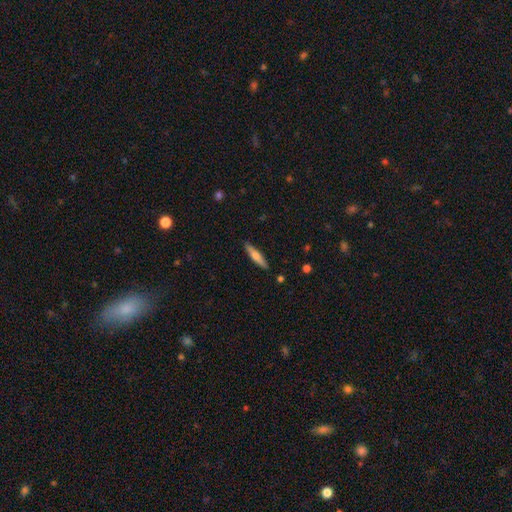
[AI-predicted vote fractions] Smooth or featured: smooth — 55% (featured or disk — 39%)
How rounded: cigar-shaped — 83% (in between — 15%)
Merging: none — 89% (minor disturbance — 8%)